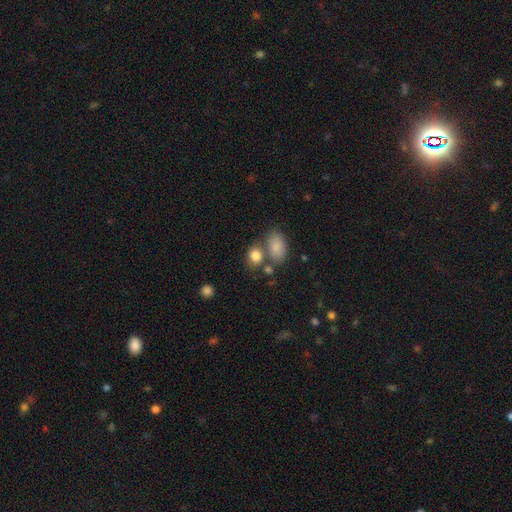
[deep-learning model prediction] This is clearly a smooth galaxy (83%). How rounded: possibly in between (53%). Merging: possibly none (56%).